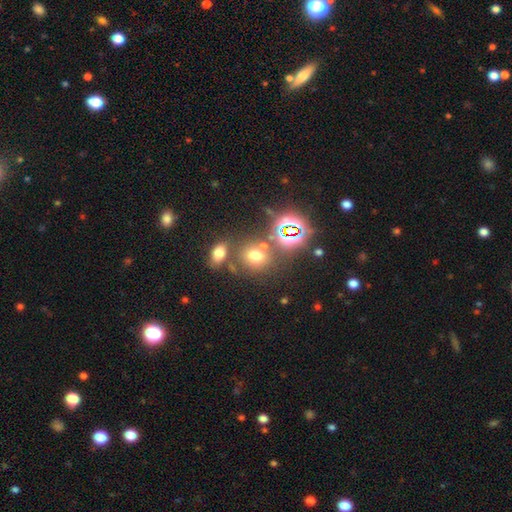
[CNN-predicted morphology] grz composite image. It shows a smooth galaxy with no disk features (61%) that is round (70%). Merging: none (64%).